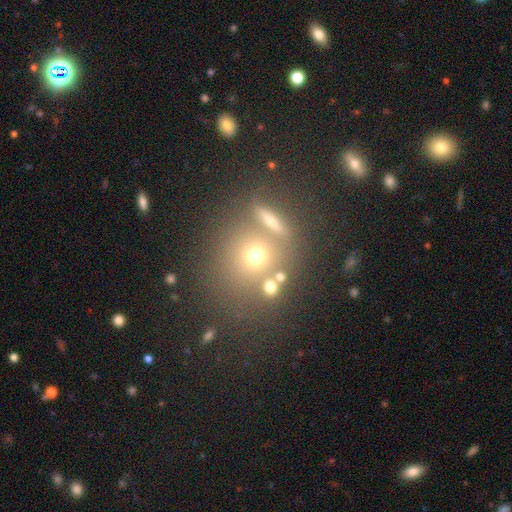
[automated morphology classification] Smooth or featured: smooth — 57% (star or artifact — 24%)
How rounded: round — 82% (in between — 16%)
Merging: none — 58% (merger — 26%)